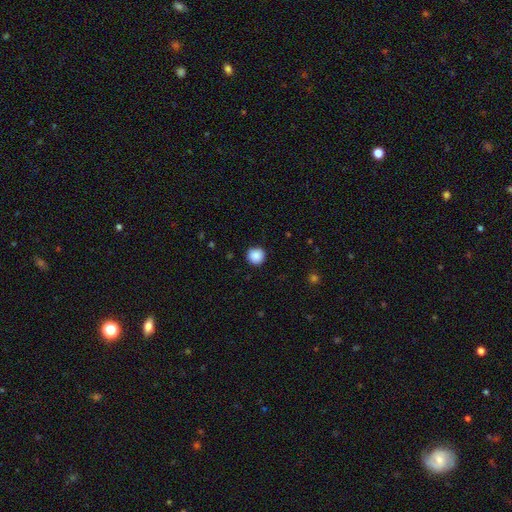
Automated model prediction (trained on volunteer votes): Smooth or featured?
  - smooth: 89% *
  - star or artifact: 9%
  - featured or disk: 3%
How rounded?
  - round: 95% *
  - in between: 5%
  - cigar-shaped: 1%
Merging?
  - none: 91% *
  - minor disturbance: 6%
  - major disturbance: 2%
  - merger: 1%